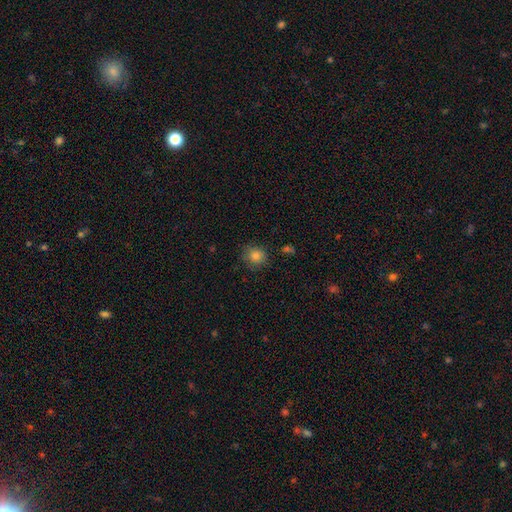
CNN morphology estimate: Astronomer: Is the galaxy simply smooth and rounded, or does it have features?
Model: smooth — 82%.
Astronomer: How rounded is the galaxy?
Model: round — 85%.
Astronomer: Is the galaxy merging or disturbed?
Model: none — 81%.